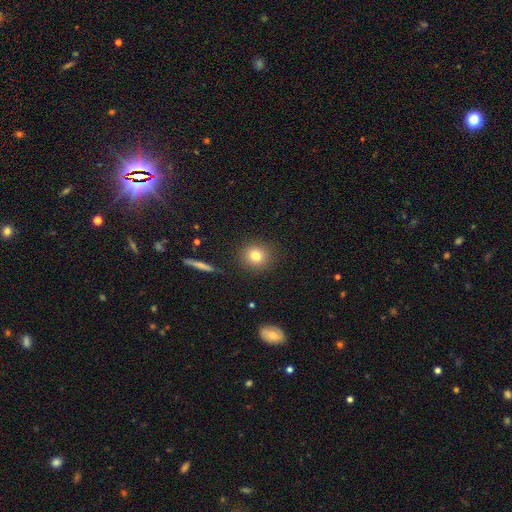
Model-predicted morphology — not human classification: Overall: smooth (78%). How rounded: round (89%). Merging: none (89%).